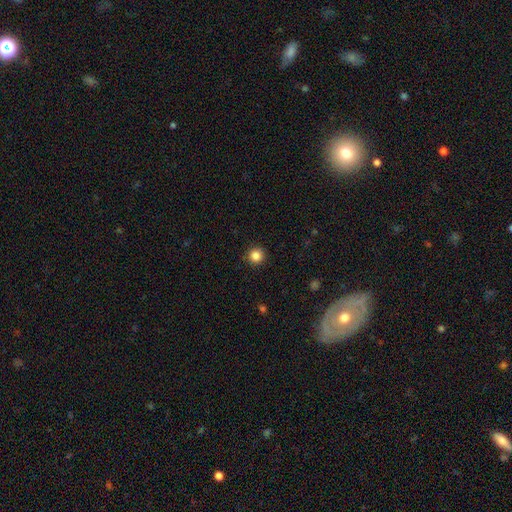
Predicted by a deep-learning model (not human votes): smooth_or_featured: smooth (p=0.85) [alt: star or artifact p=0.11]
how_rounded: round (p=0.95) [alt: in between p=0.04]
merging: none (p=0.92) [alt: minor disturbance p=0.05]